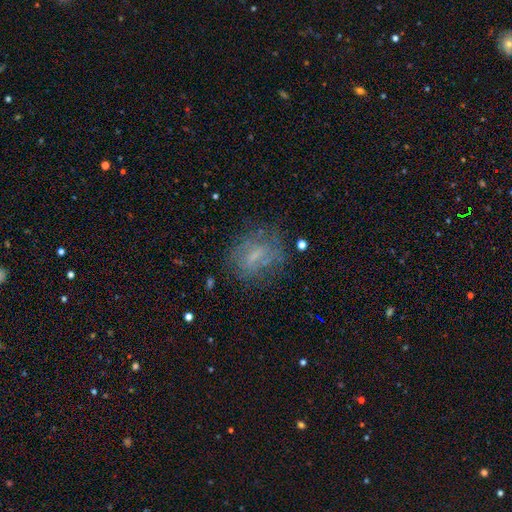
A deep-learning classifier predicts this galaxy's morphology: This is possibly a featured or disk galaxy (46%). Merging: likely none (64%).